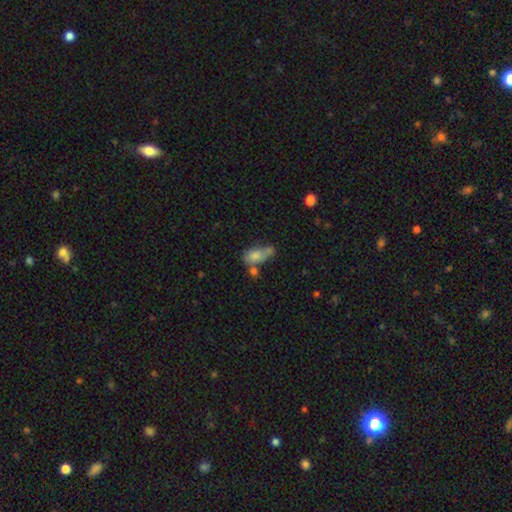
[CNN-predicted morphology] smooth-or-featured: smooth: 69% | featured or disk: 19% | star or artifact: 11%
  how-rounded: in between: 80% | cigar-shaped: 13% | round: 7%
  merging: none: 32% | merger: 29% | minor disturbance: 24% | major disturbance: 14%